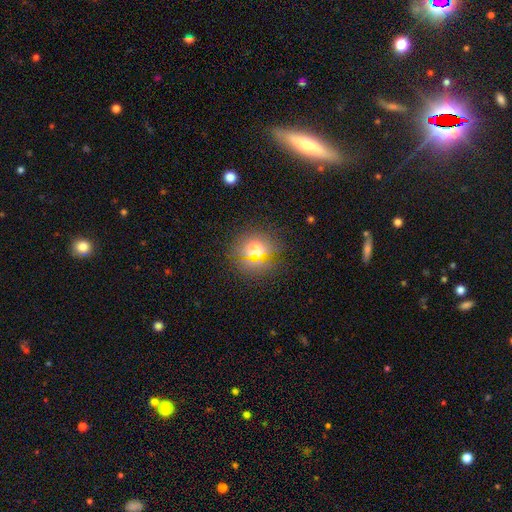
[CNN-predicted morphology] smooth 57%, star or artifact 28%, featured or disk 14%. Down the decision tree: how rounded — round (85%); merging — none (79%).